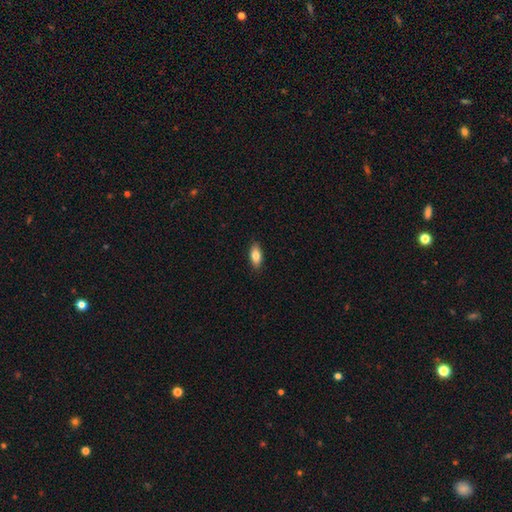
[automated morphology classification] Smooth or featured? smooth (80%)
How rounded? in between (84%)
Merging? none (89%)